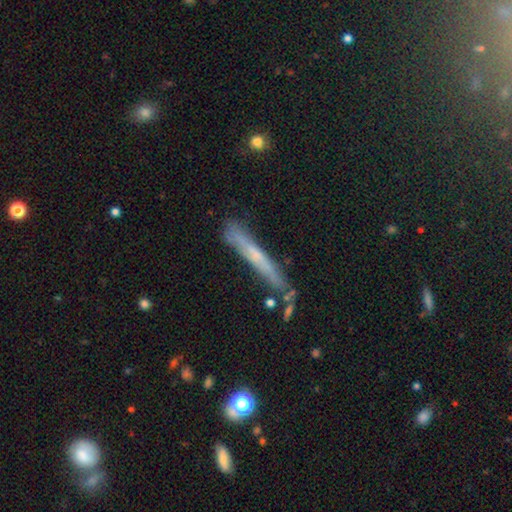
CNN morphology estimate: type=featured or disk (49%); merging=none (72%).